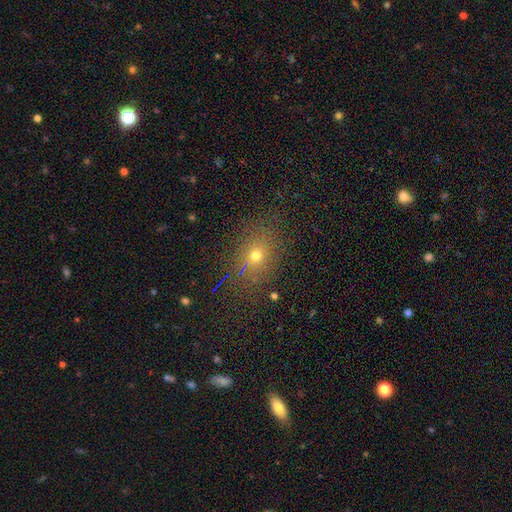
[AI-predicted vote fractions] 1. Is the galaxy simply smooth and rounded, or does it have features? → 63% smooth, 24% star or artifact, 13% featured or disk.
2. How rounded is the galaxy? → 52% round, 46% in between, 2% cigar-shaped.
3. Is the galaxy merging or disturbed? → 83% none, 11% minor disturbance, 5% major disturbance, 2% merger.